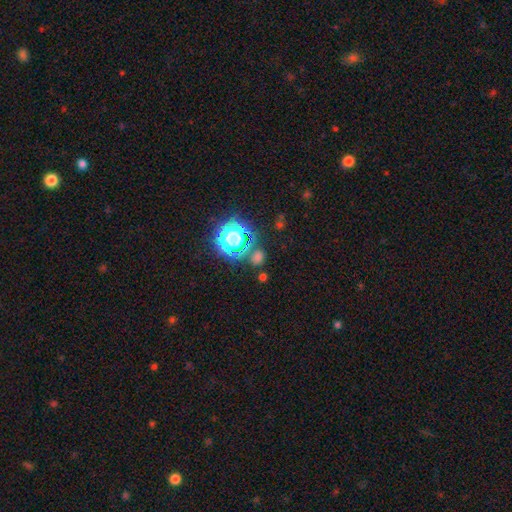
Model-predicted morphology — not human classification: Q: Smooth or featured?
A: star or artifact (55%); runner-up: smooth (35%)